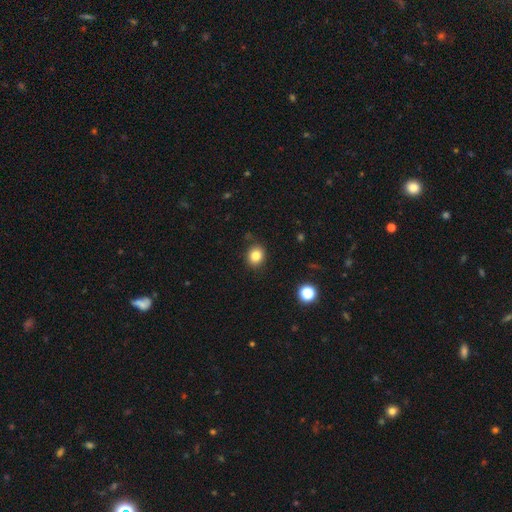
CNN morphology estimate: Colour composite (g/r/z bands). It shows a smooth galaxy with no disk features (83%) that is round (65%). Merging: none (86%).